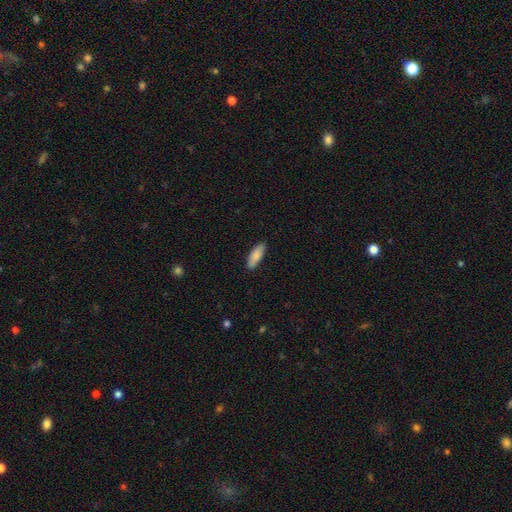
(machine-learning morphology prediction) This is clearly a smooth galaxy (87%). How rounded: likely in between (64%). Merging: clearly none (87%).